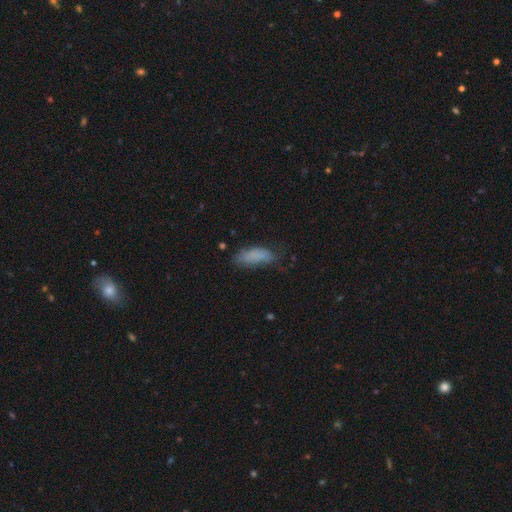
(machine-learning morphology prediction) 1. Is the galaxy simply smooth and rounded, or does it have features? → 81% smooth, 11% featured or disk, 9% star or artifact.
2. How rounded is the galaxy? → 75% in between, 22% cigar-shaped, 2% round.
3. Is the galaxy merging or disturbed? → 51% none, 33% minor disturbance, 14% major disturbance, 2% merger.